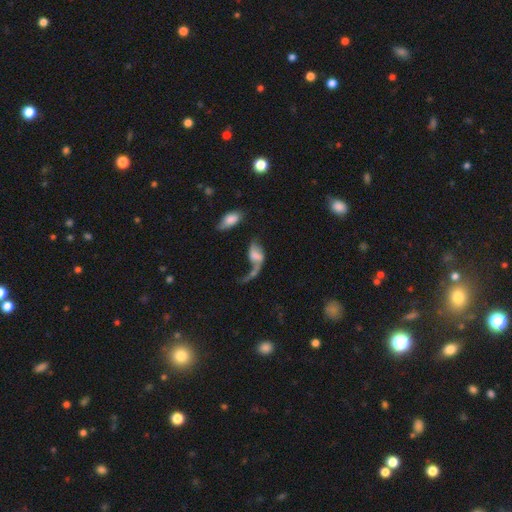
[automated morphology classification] smooth-or-featured: featured or disk: 57% | smooth: 33% | star or artifact: 10%
  disk-edge-on: no: 95% | yes: 5%
    bar: no: 52% | weak: 33% | strong: 15%
    has-spiral-arms: yes: 68% | no: 32%
    bulge-size: none: 48% | small: 19% | moderate: 17% | large: 12% | dominant: 4%
  merging: major disturbance: 39% | merger: 30% | none: 19% | minor disturbance: 12%